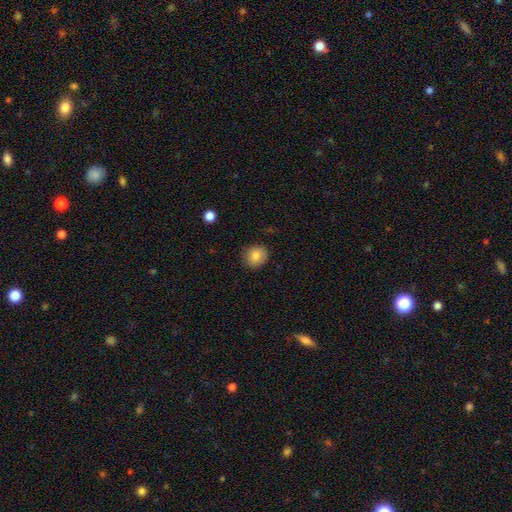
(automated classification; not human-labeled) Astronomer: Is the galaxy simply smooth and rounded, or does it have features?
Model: smooth — 82%.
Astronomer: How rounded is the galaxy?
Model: round — 80%.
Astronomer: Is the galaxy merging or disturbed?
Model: none — 89%.